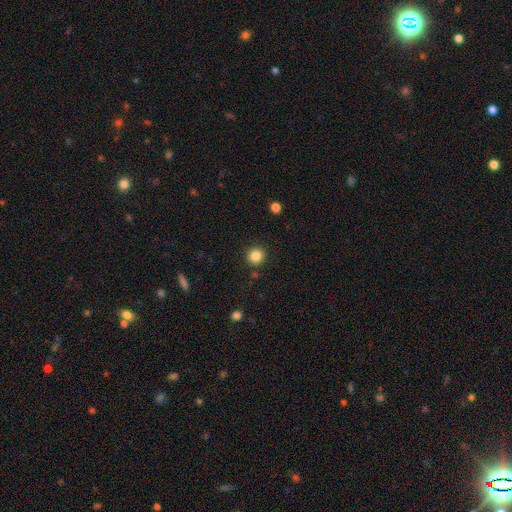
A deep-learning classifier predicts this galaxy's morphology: This is clearly a smooth galaxy (84%). How rounded: clearly round (93%). Merging: clearly none (89%).